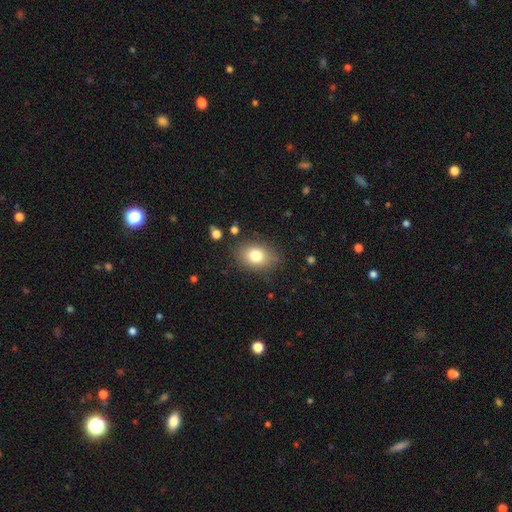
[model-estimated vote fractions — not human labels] Overall: smooth (79%). How rounded: in between (71%). Merging: none (83%).